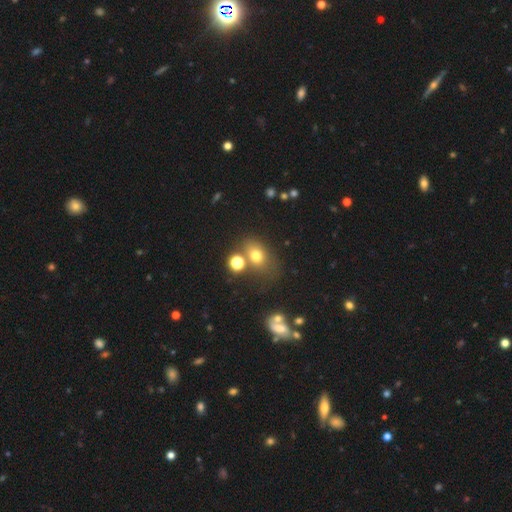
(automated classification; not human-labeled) Overall: smooth (70%). How rounded: in between (62%; round 36%). Merging: none (58%).